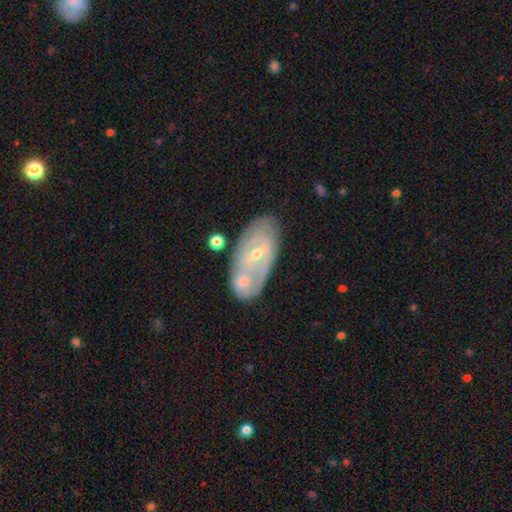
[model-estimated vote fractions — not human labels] This is likely a featured or disk galaxy (72%). It is clearly not viewed edge-on (93%). Bar: marginally no (43%). Spiral arm pattern: likely yes (68%). Central bulge: likely small (61%). Merging: possibly none (47%).